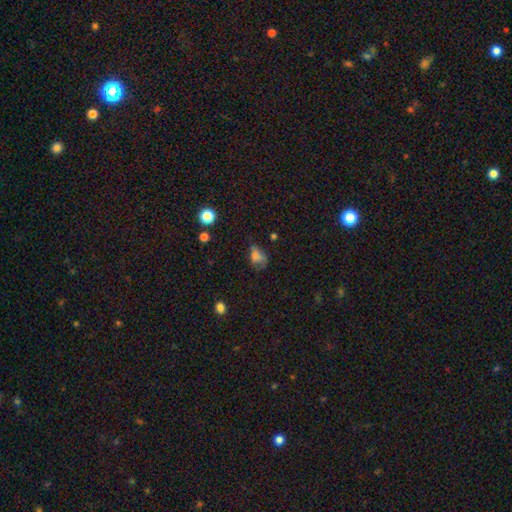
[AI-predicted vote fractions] A smooth galaxy with no disk features (67%) that is in between round and cigar-shaped (72%).

Vote fractions:
- Smooth or featured? smooth: 67% / star or artifact: 17% / featured or disk: 16%
- How rounded? in between: 72% / round: 25% / cigar-shaped: 2%
- Merging? none: 40% / minor disturbance: 31% / major disturbance: 23% / merger: 6%